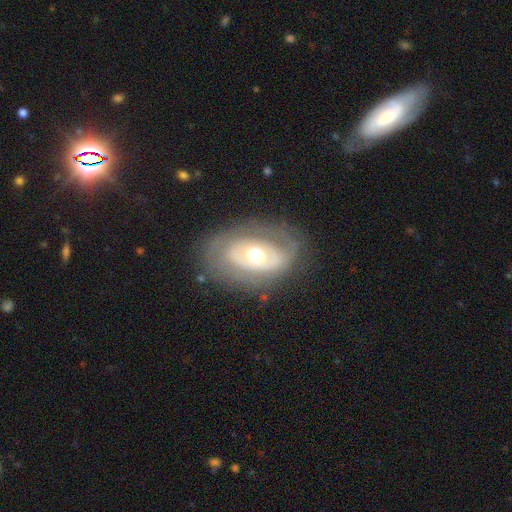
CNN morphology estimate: Q: Smooth or featured?
A: featured or disk (65%); runner-up: smooth (29%)
Q: Edge-on disk?
A: no (92%); runner-up: yes (8%)
Q: Bar?
A: no (80%); runner-up: weak (13%)
Q: Spiral arms?
A: no (67%); runner-up: yes (33%)
Q: Bulge size?
A: moderate (69%); runner-up: large (21%)
Q: Merging?
A: none (73%); runner-up: minor disturbance (16%)